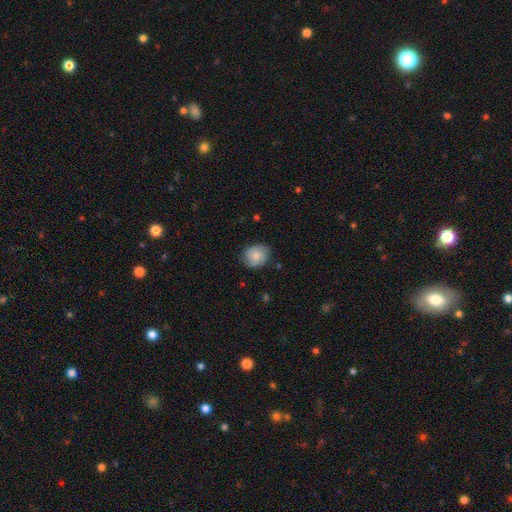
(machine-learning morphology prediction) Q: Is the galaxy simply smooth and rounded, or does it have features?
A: smooth — 70%.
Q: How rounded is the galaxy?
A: round — 62%.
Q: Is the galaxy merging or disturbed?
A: none — 77%.